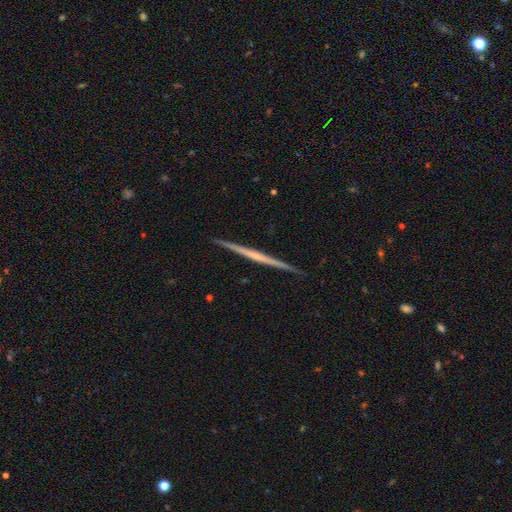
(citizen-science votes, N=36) Q: Smooth or featured?
A: featured or disk (67%); runner-up: smooth (31%)
Q: Edge-on disk?
A: yes (100%)
Q: Edge-on bulge?
A: none (92%); runner-up: rounded (8%)
Q: Merging?
A: none (89%); runner-up: major disturbance (6%)